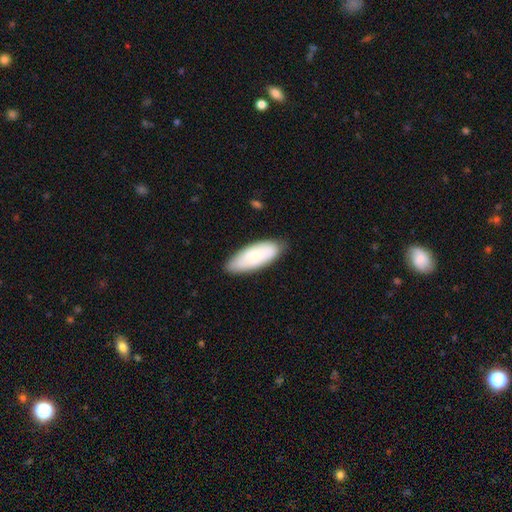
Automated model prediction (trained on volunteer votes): The model was most divided on "smooth or featured": smooth: 73%, featured or disk: 21%, star or artifact: 6%. More confident: how rounded — in between (80%); merging — none (79%).